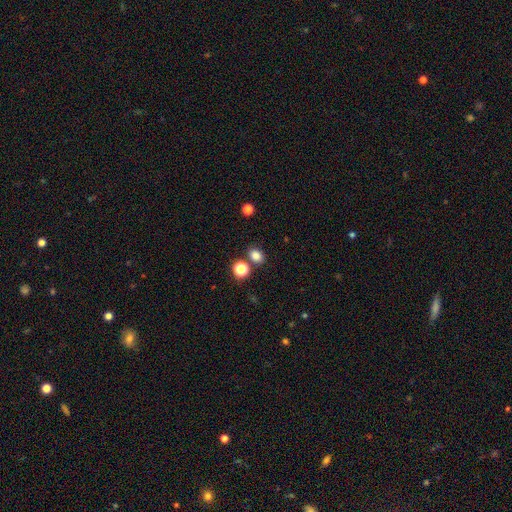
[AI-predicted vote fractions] smooth 82%, star or artifact 14%, featured or disk 4%. Down the decision tree: how rounded — in between (52%); merging — none (74%).